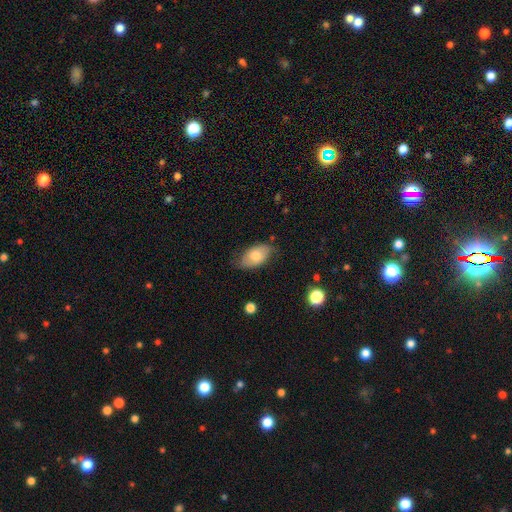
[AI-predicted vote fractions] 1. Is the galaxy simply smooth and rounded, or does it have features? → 71% smooth, 22% featured or disk, 7% star or artifact.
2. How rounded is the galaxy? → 94% in between, 5% round, 2% cigar-shaped.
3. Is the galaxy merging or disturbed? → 71% none, 23% minor disturbance, 5% major disturbance, 1% merger.